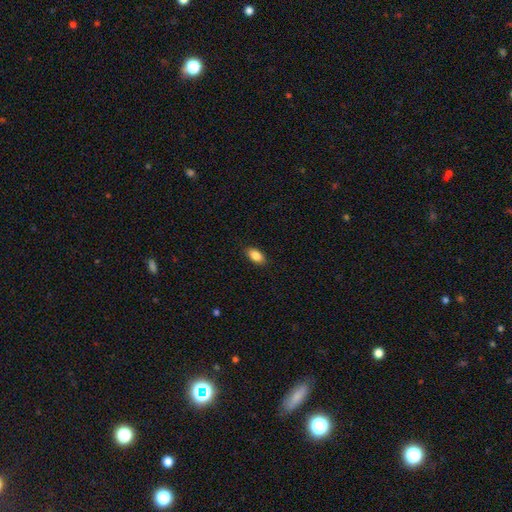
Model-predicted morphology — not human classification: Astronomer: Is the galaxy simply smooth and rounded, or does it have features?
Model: smooth — 87%.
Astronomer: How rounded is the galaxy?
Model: in between — 92%.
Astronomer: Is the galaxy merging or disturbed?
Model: none — 87%.